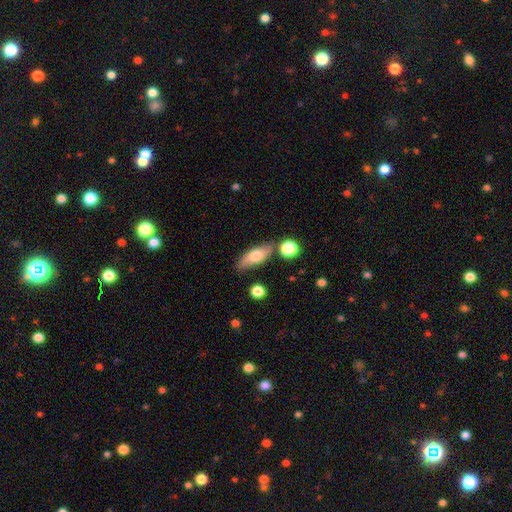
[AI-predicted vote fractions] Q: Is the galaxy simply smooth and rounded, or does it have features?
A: smooth — 67%.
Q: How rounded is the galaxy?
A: in between — 66%.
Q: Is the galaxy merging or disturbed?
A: none — 74%.